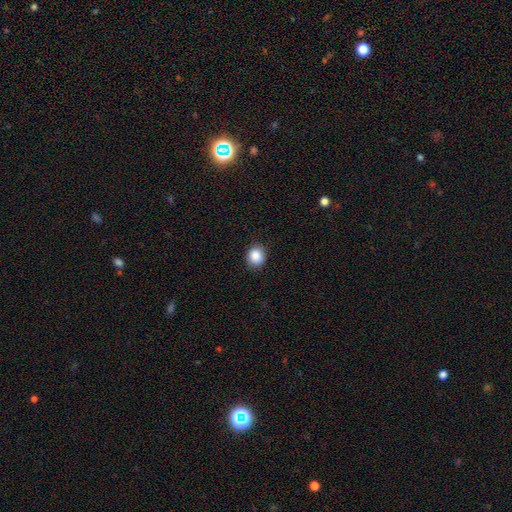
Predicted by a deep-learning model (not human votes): smooth 87%, star or artifact 9%, featured or disk 4%. Down the decision tree: how rounded — round (81%); merging — none (89%).